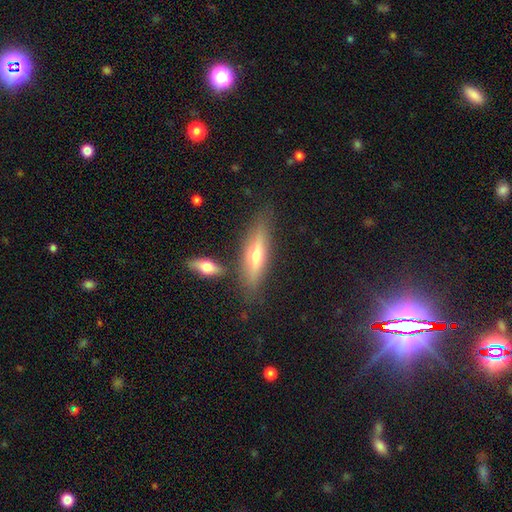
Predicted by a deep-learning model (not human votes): Overall: featured or disk (49%; smooth 44%). Merging: none (76%).